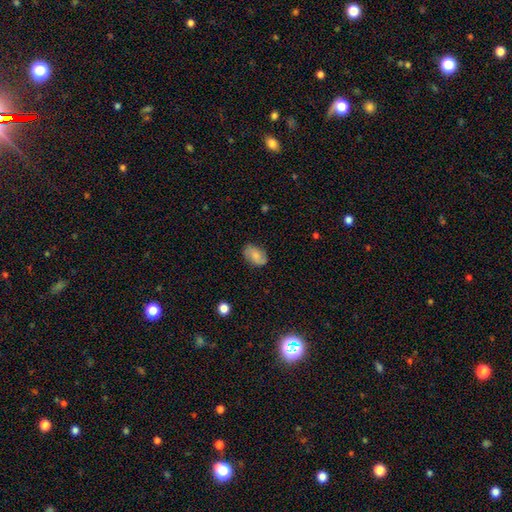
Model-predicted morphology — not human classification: Q: Smooth or featured?
A: smooth (69%); runner-up: featured or disk (23%)
Q: How rounded?
A: in between (88%); runner-up: round (11%)
Q: Merging?
A: none (77%); runner-up: minor disturbance (18%)